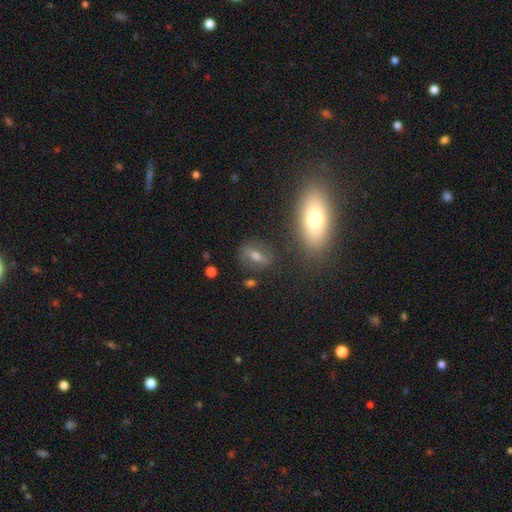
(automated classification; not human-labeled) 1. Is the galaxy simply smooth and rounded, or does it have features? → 49% smooth, 38% featured or disk, 12% star or artifact.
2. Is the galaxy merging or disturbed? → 77% none, 14% minor disturbance, 5% major disturbance, 4% merger.